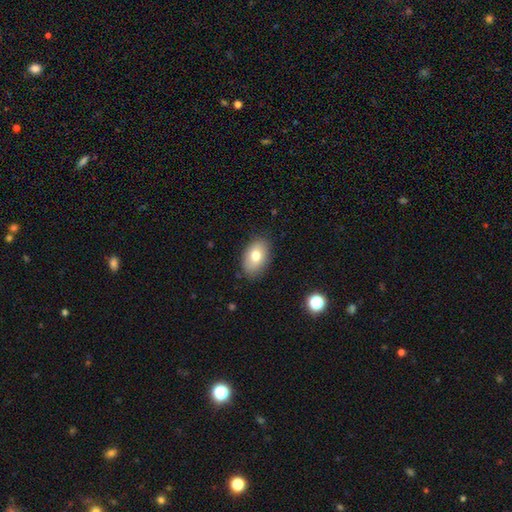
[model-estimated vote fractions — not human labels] A smooth galaxy with no disk features (77%) that is in between round and cigar-shaped (89%). Merging: none (85%).